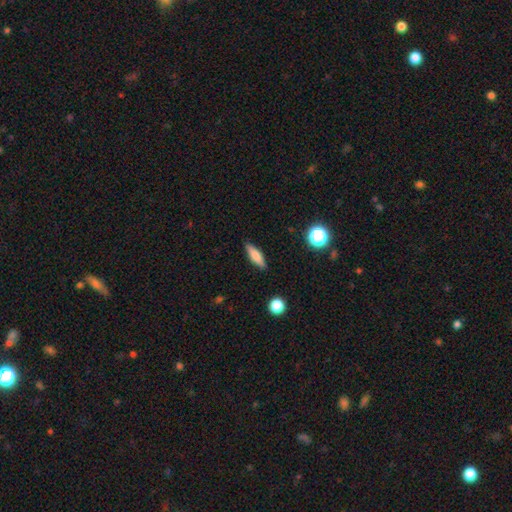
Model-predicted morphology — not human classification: type=smooth (69%); roundness=cigar-shaped (60%); merging=none (87%).